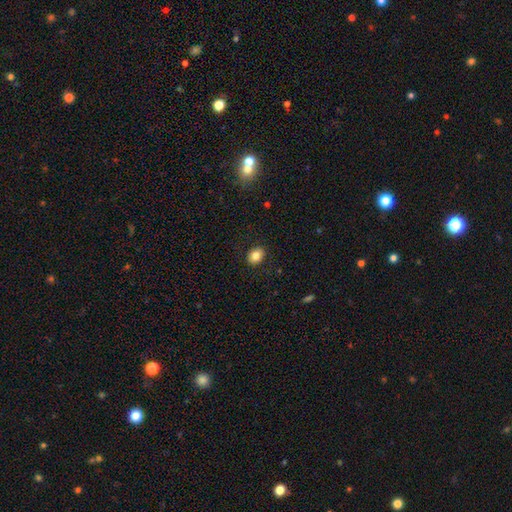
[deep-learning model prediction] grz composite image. It shows a smooth galaxy with no disk features (82%) that is in between round and cigar-shaped (56%). Merging: none (89%).